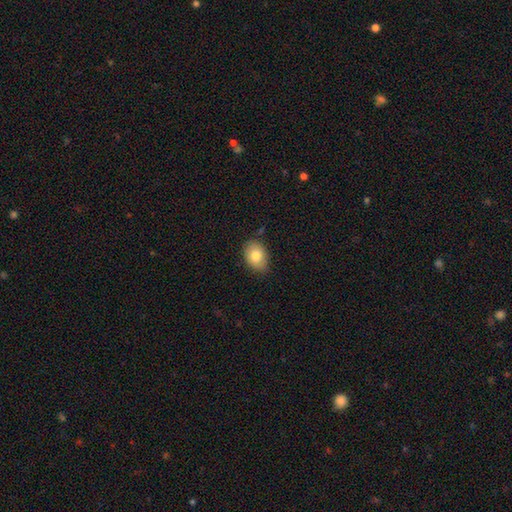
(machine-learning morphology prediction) A smooth galaxy with no disk features (81%) that is in between round and cigar-shaped (75%). Merging: none (80%).